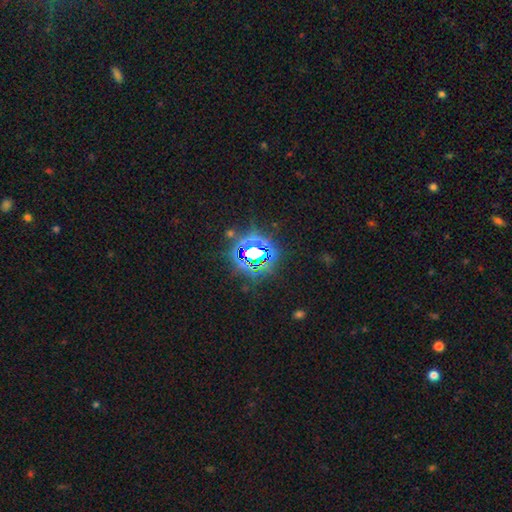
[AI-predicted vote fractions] Smooth or featured? star or artifact (78%)